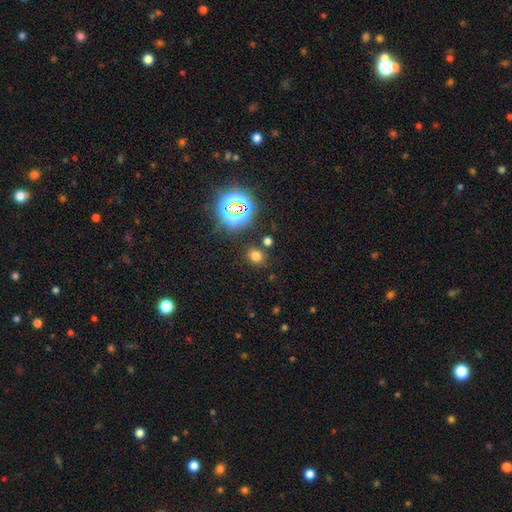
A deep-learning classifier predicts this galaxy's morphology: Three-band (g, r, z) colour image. It shows a smooth galaxy with no disk features (67%) that is round (64%). Merging: none (81%).